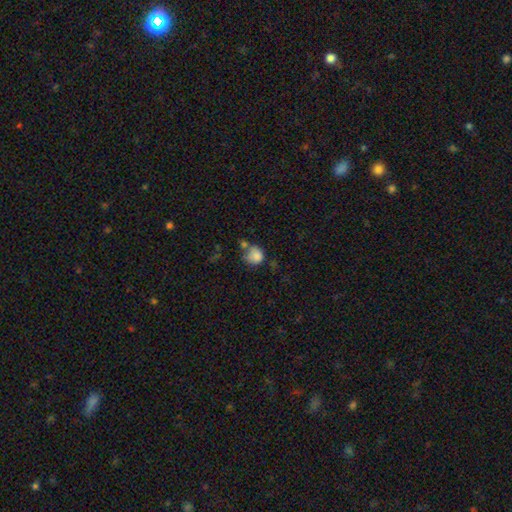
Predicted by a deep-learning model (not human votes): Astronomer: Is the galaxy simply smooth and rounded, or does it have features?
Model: smooth — 82%.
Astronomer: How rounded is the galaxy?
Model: round — 79%.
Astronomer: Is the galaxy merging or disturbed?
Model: none — 42% (runner-up: merger, 25%).